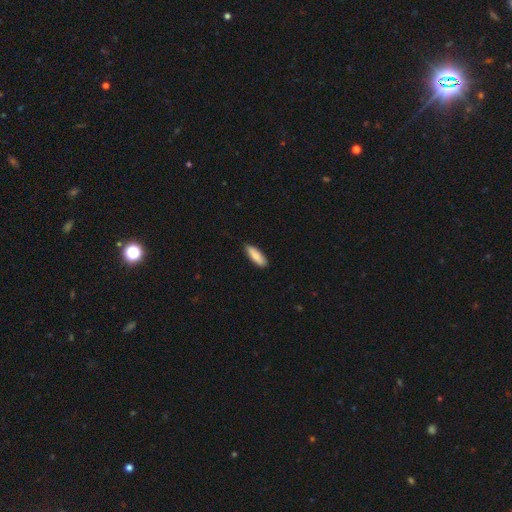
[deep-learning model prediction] smooth 87%, featured or disk 7%, star or artifact 5%. Down the decision tree: how rounded — in between (52%); merging — none (86%).